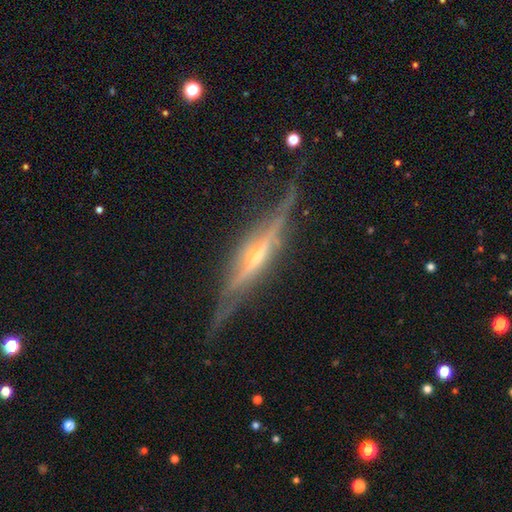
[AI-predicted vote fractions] A featured or disk galaxy (87%) viewed edge-on (94%) with a rounded central bulge (79%).

Vote fractions:
- Smooth or featured? featured or disk: 87% / smooth: 7% / star or artifact: 6%
- Edge-on disk? yes: 94% / no: 6%
- Edge-on bulge? rounded: 79% / boxy: 11% / none: 11%
- Merging? none: 74% / minor disturbance: 18% / major disturbance: 6% / merger: 2%